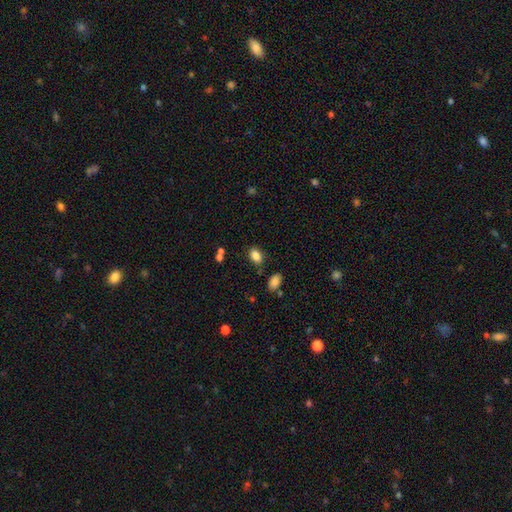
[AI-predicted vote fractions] This is clearly a smooth galaxy (85%). How rounded: clearly in between (85%). Merging: clearly none (80%).